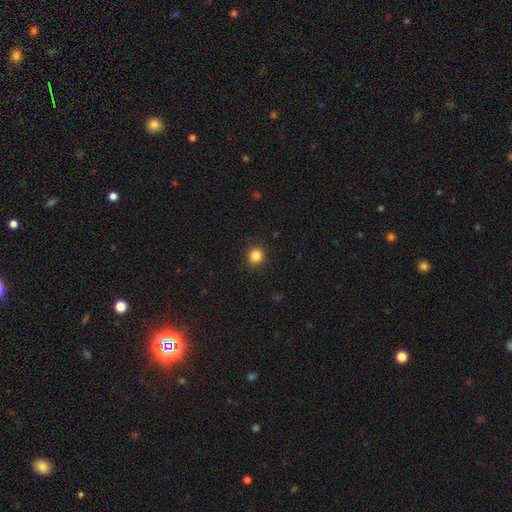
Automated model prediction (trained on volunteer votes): Smooth or featured: smooth — 85% (star or artifact — 11%)
How rounded: round — 85% (in between — 14%)
Merging: none — 91% (minor disturbance — 6%)